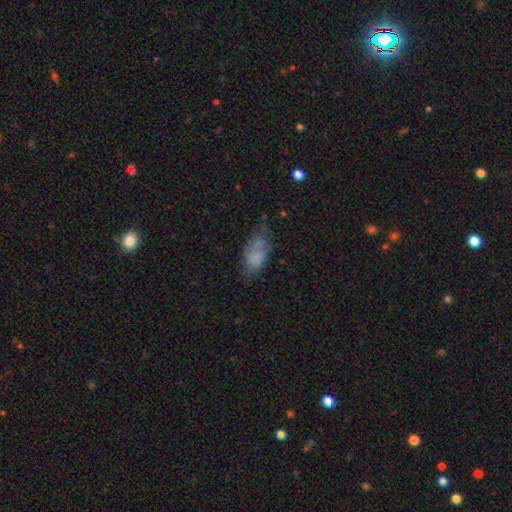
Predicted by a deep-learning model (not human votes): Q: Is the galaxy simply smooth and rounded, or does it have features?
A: smooth — 69%.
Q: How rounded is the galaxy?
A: in between — 90%.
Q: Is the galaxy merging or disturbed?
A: none — 46%.